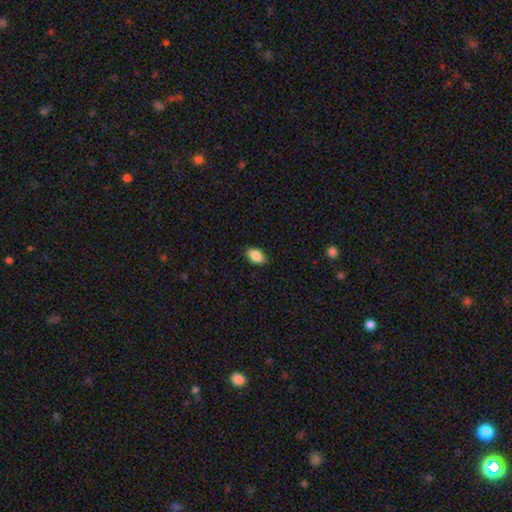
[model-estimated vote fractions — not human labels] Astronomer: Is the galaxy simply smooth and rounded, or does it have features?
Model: smooth — 88%.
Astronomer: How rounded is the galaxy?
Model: in between — 91%.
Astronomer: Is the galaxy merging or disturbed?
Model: none — 87%.